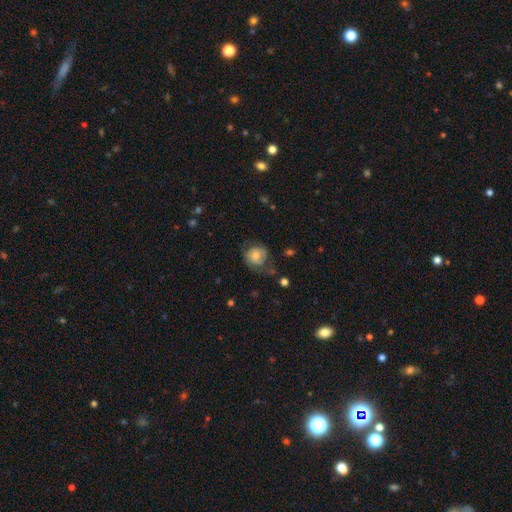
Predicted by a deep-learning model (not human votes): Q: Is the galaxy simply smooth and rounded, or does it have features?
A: smooth — 56%.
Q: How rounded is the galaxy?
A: round — 75%.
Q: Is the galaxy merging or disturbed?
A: none — 52%.